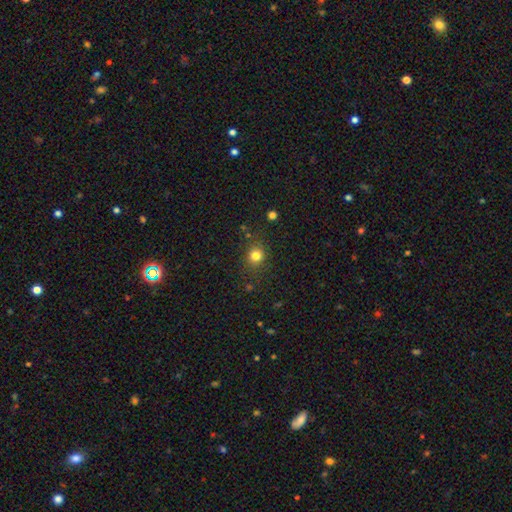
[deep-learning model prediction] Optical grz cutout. It shows a smooth galaxy with no disk features (81%) that is round (81%). Merging: none (83%).